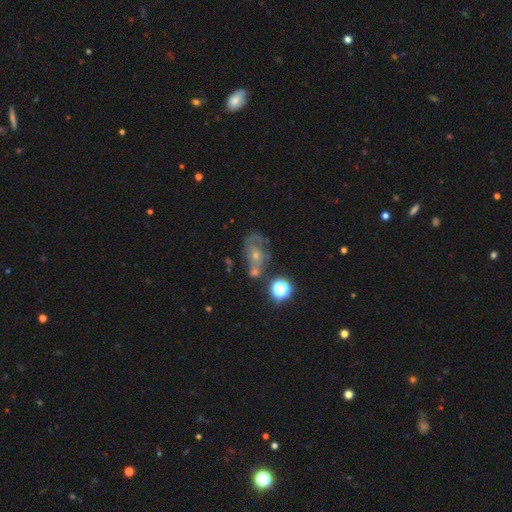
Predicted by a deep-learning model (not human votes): smooth-or-featured: featured or disk: 54% | star or artifact: 25% | smooth: 21%
  disk-edge-on: no: 95% | yes: 5%
    bar: no: 76% | weak: 19% | strong: 5%
    has-spiral-arms: yes: 73% | no: 27%
    bulge-size: small: 57% | moderate: 35% | none: 4% | large: 2% | dominant: 1%
  merging: none: 49% | minor disturbance: 20% | major disturbance: 16% | merger: 16%